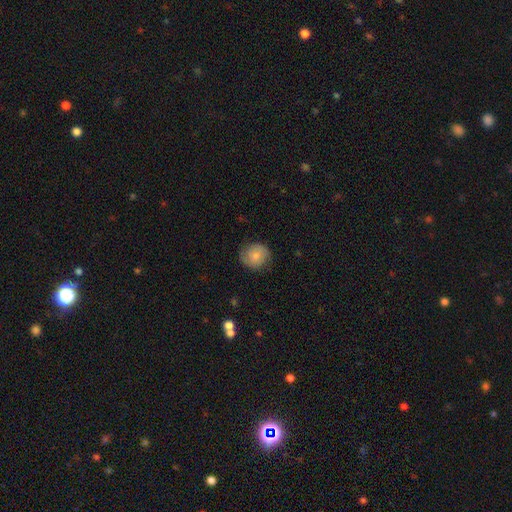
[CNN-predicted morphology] Q: Smooth or featured?
A: smooth (60%); runner-up: featured or disk (32%)
Q: How rounded?
A: round (84%); runner-up: in between (15%)
Q: Merging?
A: none (77%); runner-up: minor disturbance (17%)